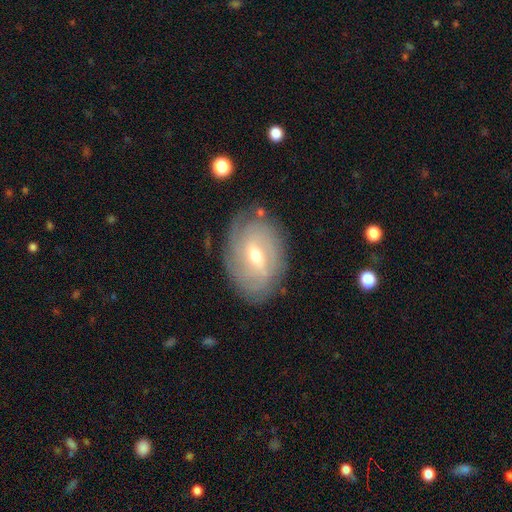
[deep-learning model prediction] smooth_or_featured: featured or disk (p=0.77) [alt: smooth p=0.16]
disk_edge_on: no (p=0.94) [alt: yes p=0.06]
bar: weak (p=0.54) [alt: no p=0.24]
has_spiral_arms: yes (p=0.87) [alt: no p=0.13]
spiral_winding: tight (p=0.67) [alt: medium p=0.24]
spiral_arm_count: can't tell (p=0.45) [alt: 2 p=0.22]
bulge_size: moderate (p=0.58) [alt: small p=0.38]
merging: none (p=0.76) [alt: minor disturbance p=0.16]